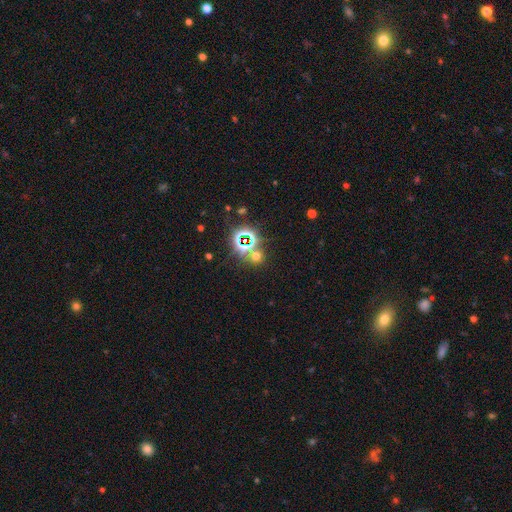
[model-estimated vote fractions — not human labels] Overall: star or artifact (50%; smooth 42%).